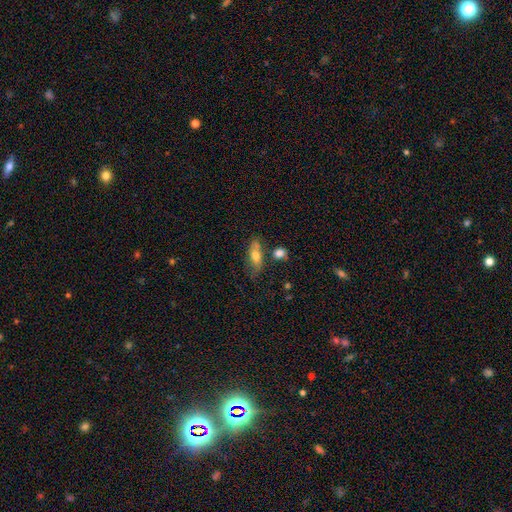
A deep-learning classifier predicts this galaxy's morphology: This appears to be a smooth galaxy with no disk features (64%) that is in between round and cigar-shaped (74%). Merging: none (58%).